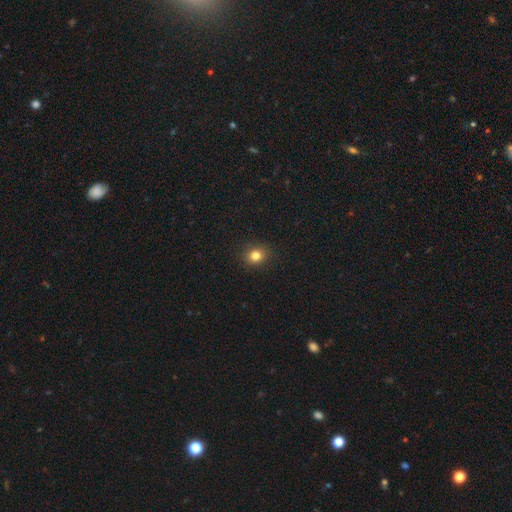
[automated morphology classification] smooth 81%, star or artifact 13%, featured or disk 6%. Down the decision tree: how rounded — round (73%); merging — none (89%).